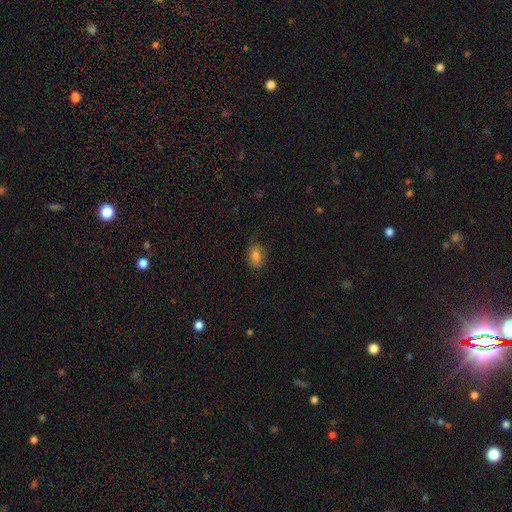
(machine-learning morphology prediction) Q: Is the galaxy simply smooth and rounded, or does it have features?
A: smooth — 74%.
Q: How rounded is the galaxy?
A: in between — 81%.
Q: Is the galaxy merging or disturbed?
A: none — 73%.